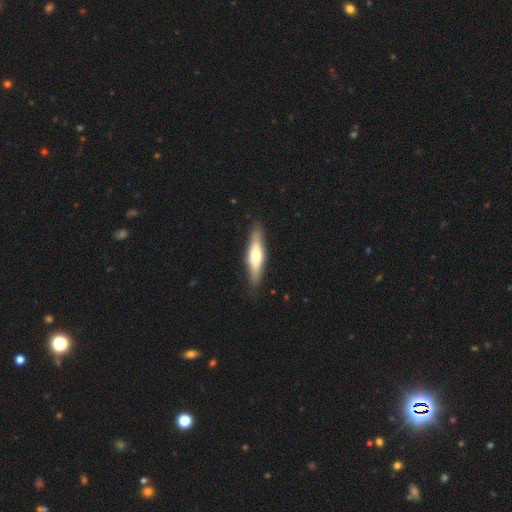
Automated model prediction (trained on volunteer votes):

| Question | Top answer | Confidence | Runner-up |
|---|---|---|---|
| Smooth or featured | smooth | 49% | featured or disk (46%) |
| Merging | none | 87% | minor disturbance (10%) |